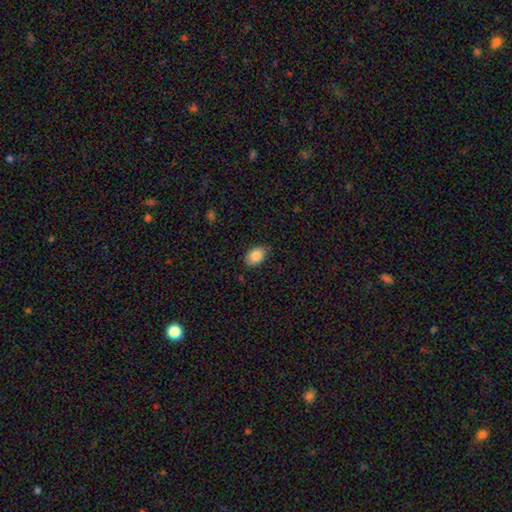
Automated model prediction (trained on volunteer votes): The model was most divided on "merging": none: 81%, minor disturbance: 15%, major disturbance: 3%, merger: 1%. More confident: how rounded — in between (88%); smooth or featured — smooth (86%).